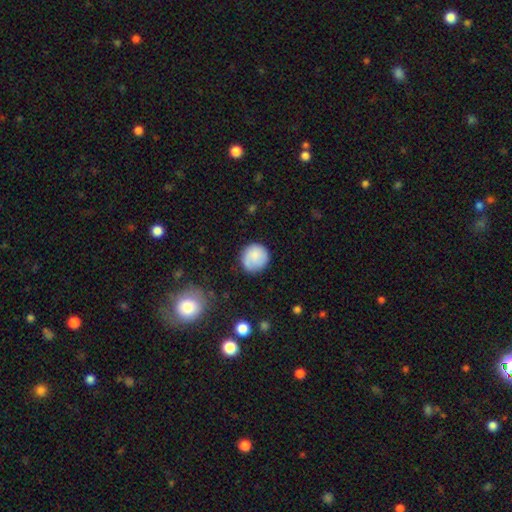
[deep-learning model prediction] smooth_or_featured: smooth (p=0.78) [alt: featured or disk p=0.14]
how_rounded: round (p=0.89) [alt: in between p=0.10]
merging: none (p=0.75) [alt: minor disturbance p=0.18]